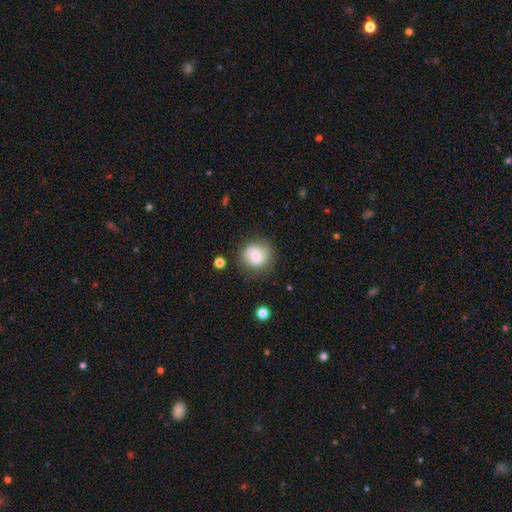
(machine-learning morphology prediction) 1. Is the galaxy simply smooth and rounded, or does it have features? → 64% smooth, 27% featured or disk, 9% star or artifact.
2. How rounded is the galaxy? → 87% round, 12% in between, 1% cigar-shaped.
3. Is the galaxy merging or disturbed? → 74% none, 17% minor disturbance, 6% major disturbance, 3% merger.